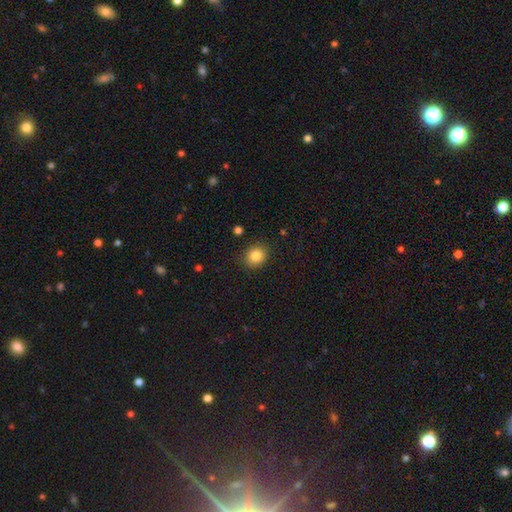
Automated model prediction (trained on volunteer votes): smooth-or-featured: smooth: 85% | star or artifact: 10% | featured or disk: 5%
  how-rounded: round: 72% | in between: 28% | cigar-shaped: 1%
  merging: none: 87% | minor disturbance: 9% | major disturbance: 3% | merger: 1%